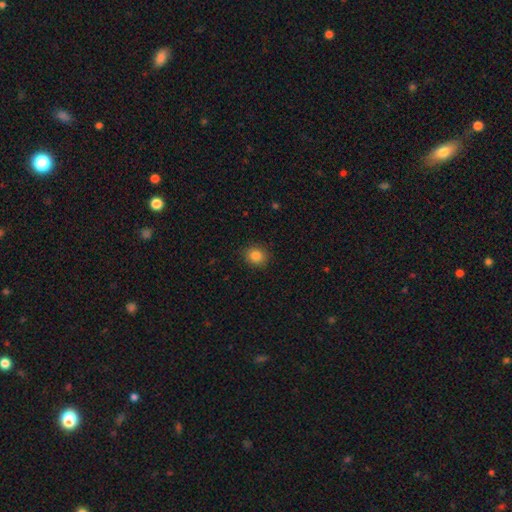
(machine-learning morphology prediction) This appears to be a smooth galaxy with no disk features (84%) that is round (78%). Merging: none (90%).